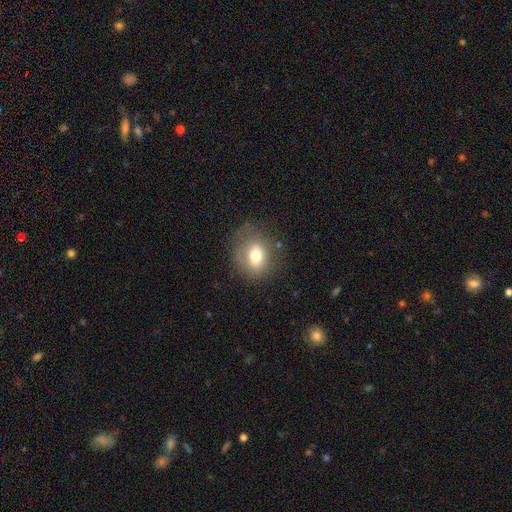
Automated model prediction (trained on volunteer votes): Smooth or featured? smooth (70%)
How rounded? round (58%)
Merging? none (71%)